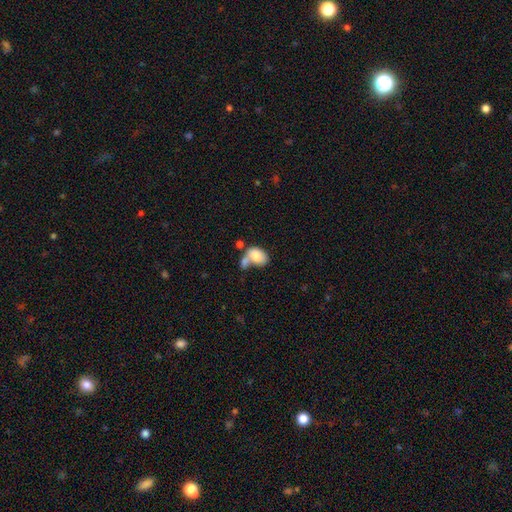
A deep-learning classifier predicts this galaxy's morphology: A smooth galaxy with no disk features (74%) that is in between round and cigar-shaped (80%). Merging: merger (52%).